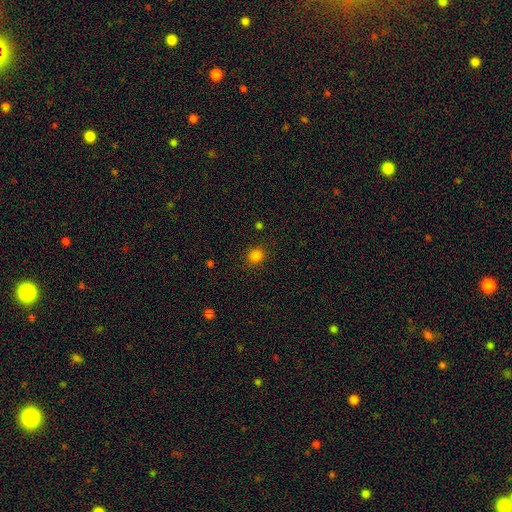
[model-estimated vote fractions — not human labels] Smooth or featured?
  - smooth: 82% *
  - star or artifact: 14%
  - featured or disk: 4%
How rounded?
  - round: 79% *
  - in between: 20%
  - cigar-shaped: 1%
Merging?
  - none: 88% *
  - minor disturbance: 8%
  - major disturbance: 3%
  - merger: 1%